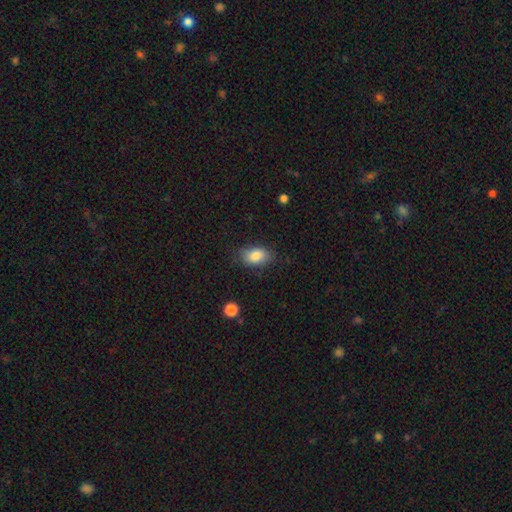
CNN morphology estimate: Q: Smooth or featured?
A: smooth (84%); runner-up: featured or disk (8%)
Q: How rounded?
A: in between (88%); runner-up: round (10%)
Q: Merging?
A: none (77%); runner-up: minor disturbance (17%)